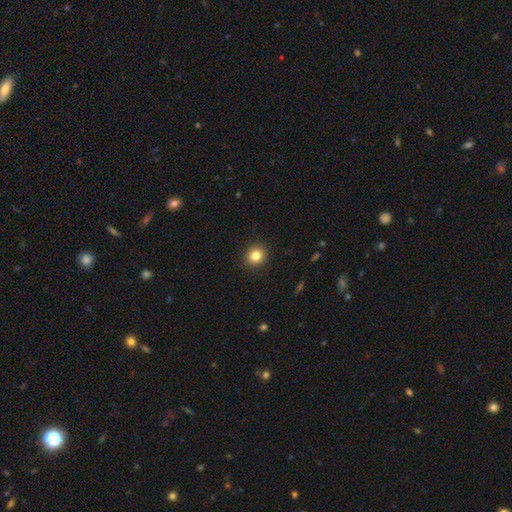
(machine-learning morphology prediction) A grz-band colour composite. It shows a smooth galaxy with no disk features (83%) that is round (85%). Merging: none (92%).